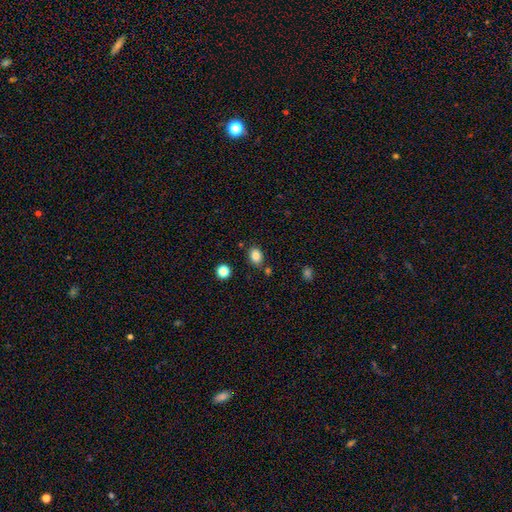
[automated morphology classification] Overall: smooth (85%). How rounded: in between (66%; round 33%). Merging: none (80%).